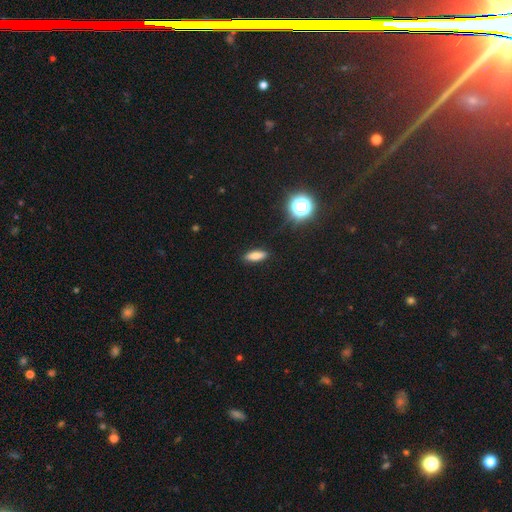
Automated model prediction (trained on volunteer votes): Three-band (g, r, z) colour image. It shows a smooth galaxy with no disk features (79%) that is in between round and cigar-shaped (58%). Merging: none (89%).